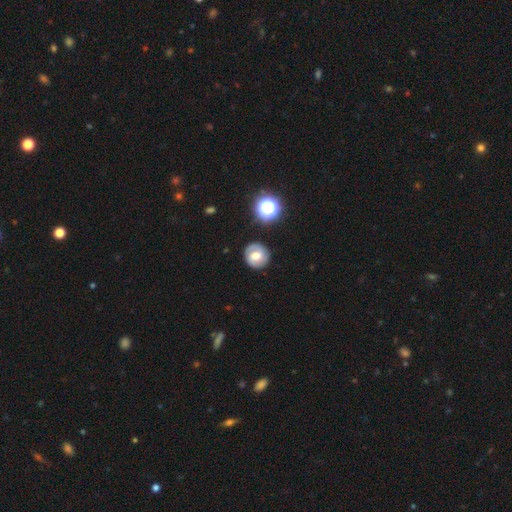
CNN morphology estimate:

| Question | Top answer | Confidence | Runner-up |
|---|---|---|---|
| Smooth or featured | smooth | 51% | featured or disk (38%) |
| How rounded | round | 88% | in between (11%) |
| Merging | none | 84% | minor disturbance (11%) |